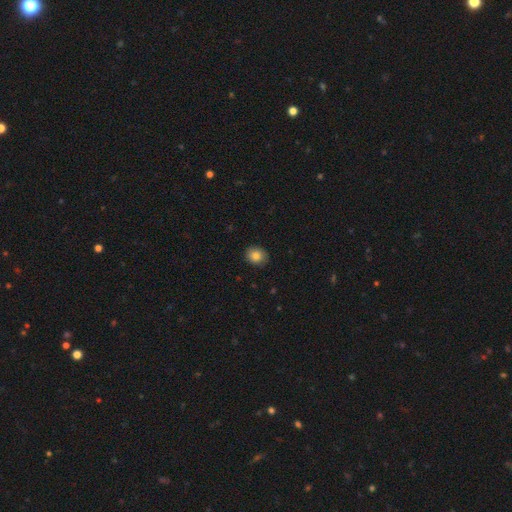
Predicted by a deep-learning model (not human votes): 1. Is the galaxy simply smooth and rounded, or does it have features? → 83% smooth, 10% star or artifact, 7% featured or disk.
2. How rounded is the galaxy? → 67% round, 32% in between, 1% cigar-shaped.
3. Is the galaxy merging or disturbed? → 88% none, 9% minor disturbance, 2% major disturbance, 1% merger.